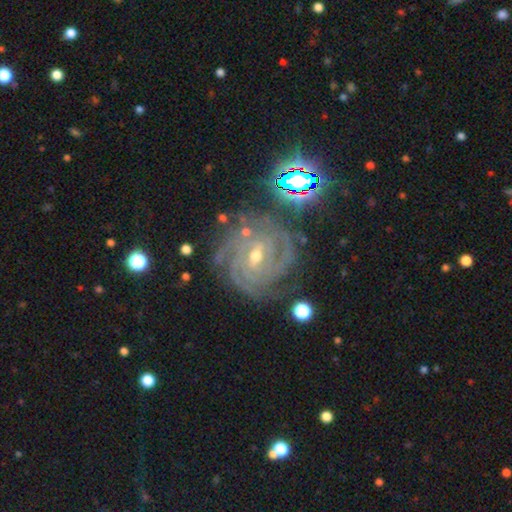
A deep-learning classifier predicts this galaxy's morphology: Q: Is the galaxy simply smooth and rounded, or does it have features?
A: featured or disk — 85%.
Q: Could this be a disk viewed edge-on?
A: no — 97%.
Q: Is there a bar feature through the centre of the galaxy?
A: weak — 50%.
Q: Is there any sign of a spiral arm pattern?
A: yes — 98%.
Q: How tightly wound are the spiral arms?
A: tight — 78%.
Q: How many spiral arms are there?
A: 4 — 30%.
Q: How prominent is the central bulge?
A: small — 58%.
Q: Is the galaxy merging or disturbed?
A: none — 77%.